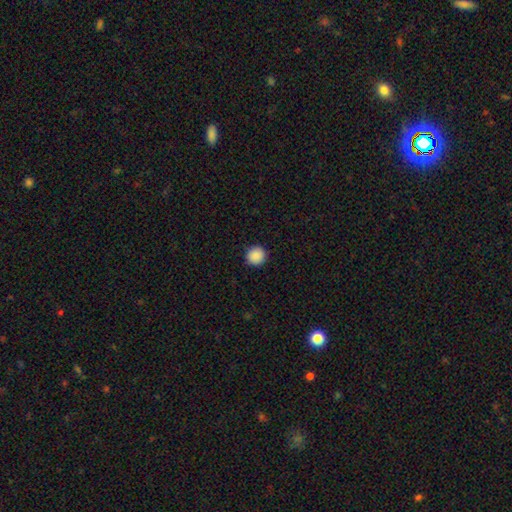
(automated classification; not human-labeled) smooth 89%, star or artifact 8%, featured or disk 2%. Down the decision tree: how rounded — round (93%); merging — none (92%).